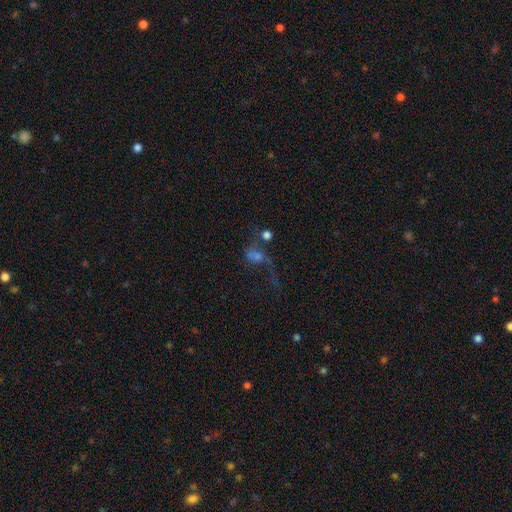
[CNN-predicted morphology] smooth-or-featured: featured or disk: 42% | smooth: 34% | star or artifact: 25%
  merging: major disturbance: 43% | none: 25% | merger: 21% | minor disturbance: 12%